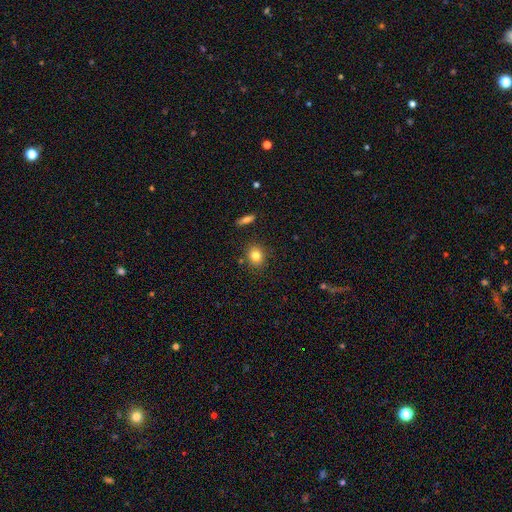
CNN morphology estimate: Smooth or featured? Predicted: smooth (p=0.81). How rounded? Predicted: round (p=0.70). Merging? Predicted: none (p=0.85).